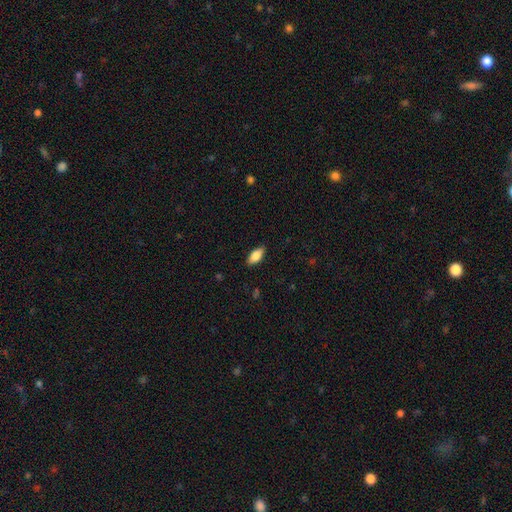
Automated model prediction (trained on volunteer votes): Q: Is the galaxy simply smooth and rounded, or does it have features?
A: smooth — 81%.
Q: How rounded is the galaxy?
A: in between — 87%.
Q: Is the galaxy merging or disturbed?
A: none — 86%.